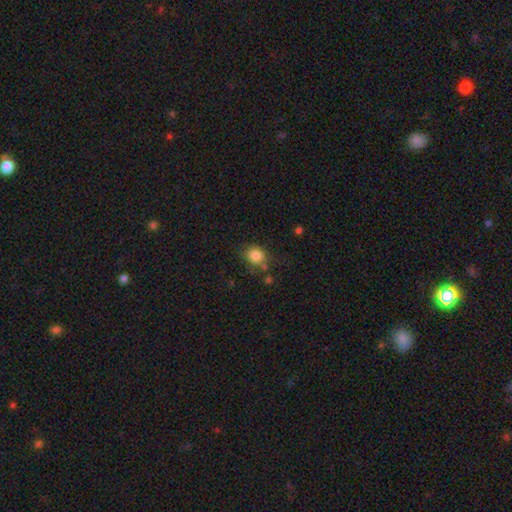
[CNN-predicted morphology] A smooth galaxy with no disk features (83%) that is round (79%). Merging: none (70%).